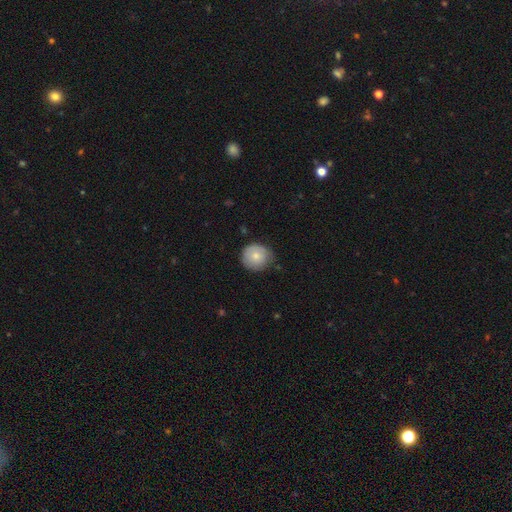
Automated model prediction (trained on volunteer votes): The model was most divided on "merging": none: 74%, minor disturbance: 21%, major disturbance: 4%, merger: 1%. More confident: how rounded — round (91%); smooth or featured — smooth (76%).